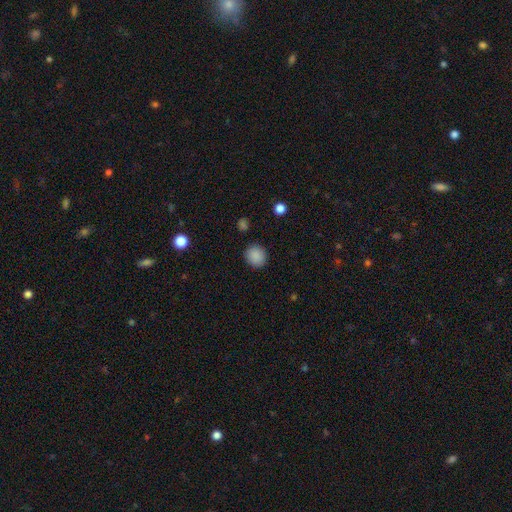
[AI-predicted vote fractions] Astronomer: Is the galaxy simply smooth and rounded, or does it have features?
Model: smooth — 88%.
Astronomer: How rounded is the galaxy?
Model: round — 84%.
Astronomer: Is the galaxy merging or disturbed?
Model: none — 90%.